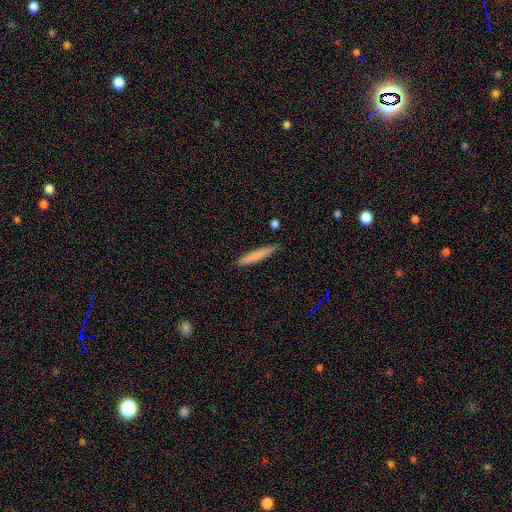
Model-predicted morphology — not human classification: This is likely a smooth galaxy (78%). How rounded: clearly cigar-shaped (94%). Merging: clearly none (87%).